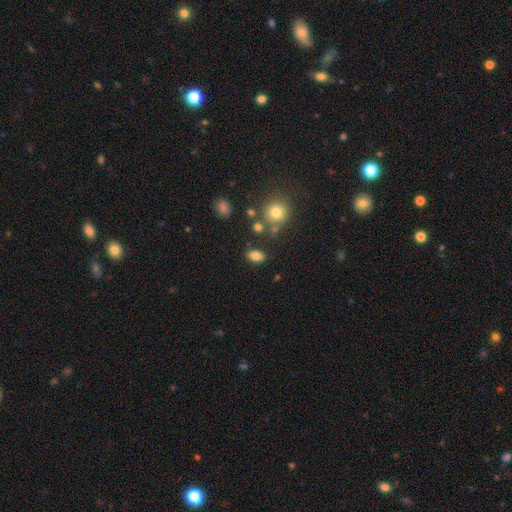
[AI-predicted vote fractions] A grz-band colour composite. It shows a smooth galaxy with no disk features (79%) that is in between round and cigar-shaped (84%). Merging: none (80%).